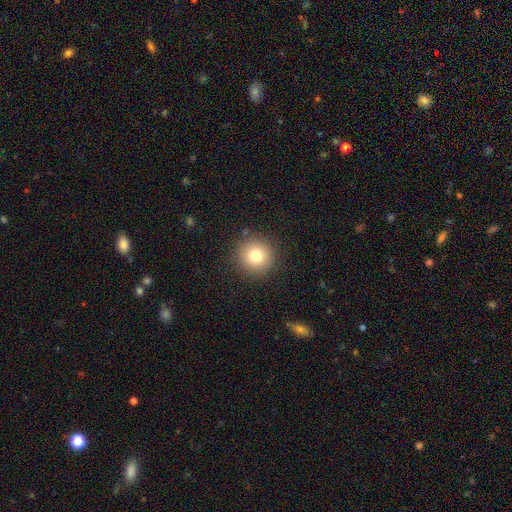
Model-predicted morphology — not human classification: A smooth galaxy with no disk features (78%) that is round (95%). Merging: none (89%).